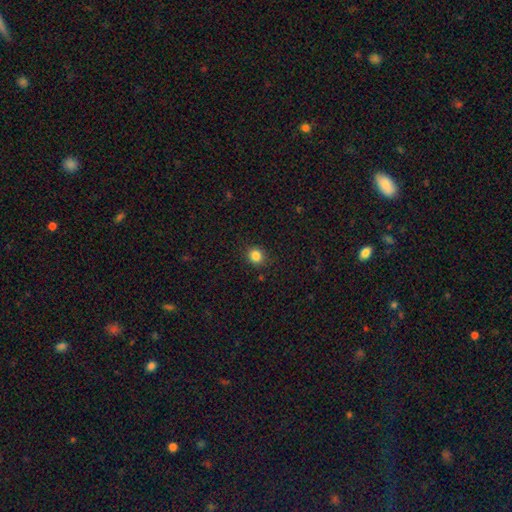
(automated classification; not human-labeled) Q: Smooth or featured?
A: smooth (84%); runner-up: star or artifact (12%)
Q: How rounded?
A: round (84%); runner-up: in between (15%)
Q: Merging?
A: none (88%); runner-up: minor disturbance (8%)